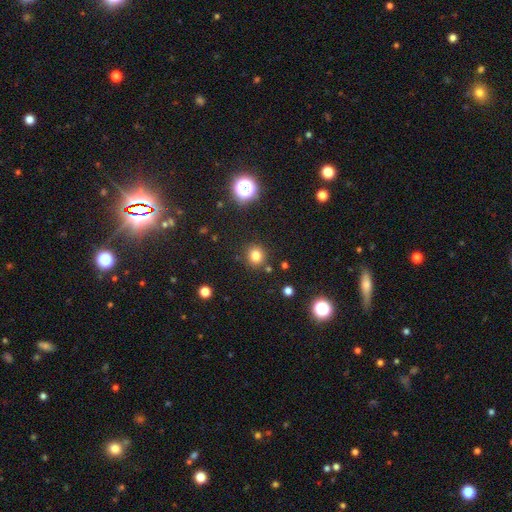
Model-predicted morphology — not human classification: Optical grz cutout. It shows a smooth galaxy with no disk features (79%) that is round (89%). Merging: none (86%).